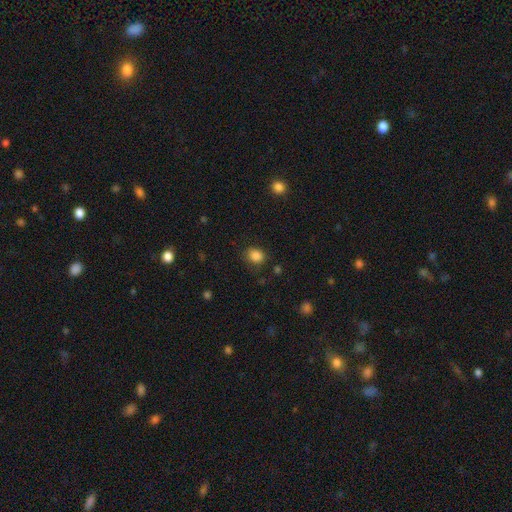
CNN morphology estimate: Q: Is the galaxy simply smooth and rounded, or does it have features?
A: smooth — 86%.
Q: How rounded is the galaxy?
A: round — 65%.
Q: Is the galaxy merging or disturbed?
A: none — 81%.